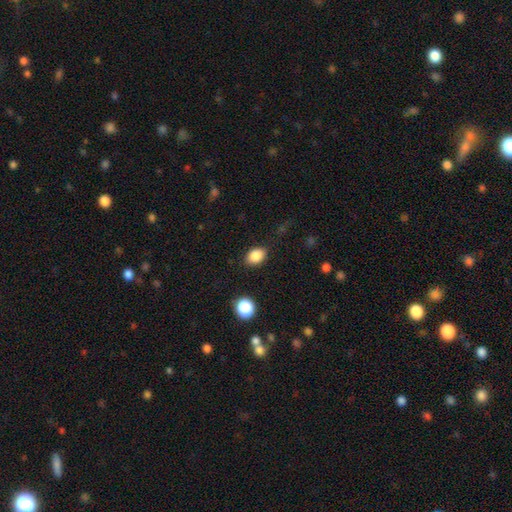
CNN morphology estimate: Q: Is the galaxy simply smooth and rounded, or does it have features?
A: smooth — 86%.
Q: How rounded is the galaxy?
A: in between — 76%.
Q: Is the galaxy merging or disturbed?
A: none — 84%.